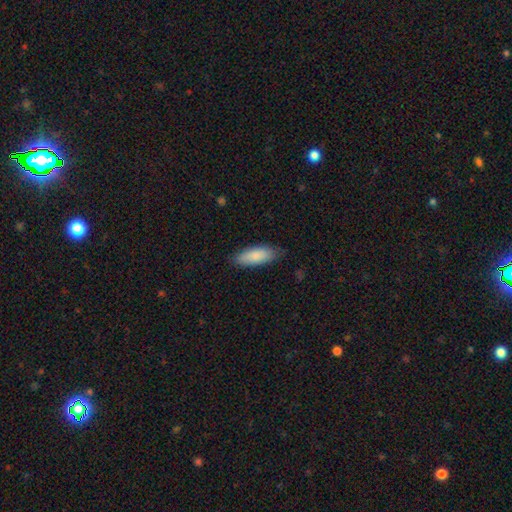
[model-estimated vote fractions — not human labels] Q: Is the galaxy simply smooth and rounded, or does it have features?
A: smooth — 84%.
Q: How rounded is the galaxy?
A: in between — 72%.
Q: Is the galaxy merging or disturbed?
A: none — 80%.